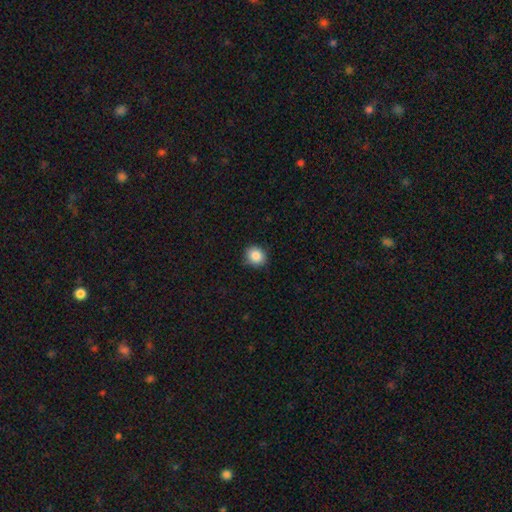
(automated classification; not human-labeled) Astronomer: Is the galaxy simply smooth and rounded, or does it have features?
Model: smooth — 86%.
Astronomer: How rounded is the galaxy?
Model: round — 81%.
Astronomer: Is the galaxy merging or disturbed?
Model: none — 85%.